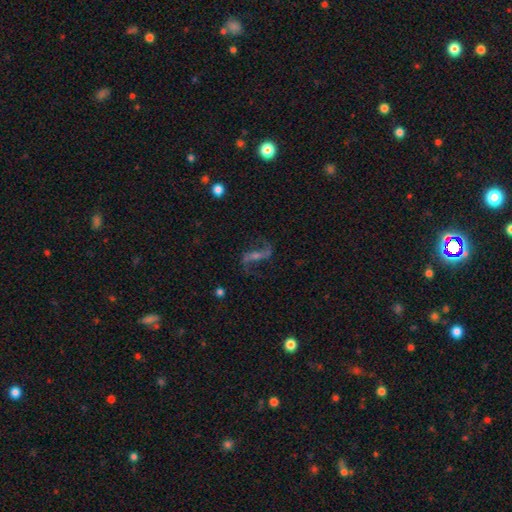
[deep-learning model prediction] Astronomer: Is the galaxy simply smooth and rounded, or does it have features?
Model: featured or disk — 80%.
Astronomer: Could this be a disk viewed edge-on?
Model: no — 92%.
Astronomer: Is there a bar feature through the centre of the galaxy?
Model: weak — 38% (runner-up: strong, 36%).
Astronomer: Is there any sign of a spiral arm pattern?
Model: yes — 94%.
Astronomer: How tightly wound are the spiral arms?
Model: loose — 83%.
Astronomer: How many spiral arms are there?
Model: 2 — 92%.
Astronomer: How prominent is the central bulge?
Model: small — 50% (runner-up: moderate, 28%).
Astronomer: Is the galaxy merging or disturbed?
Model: none — 76%.